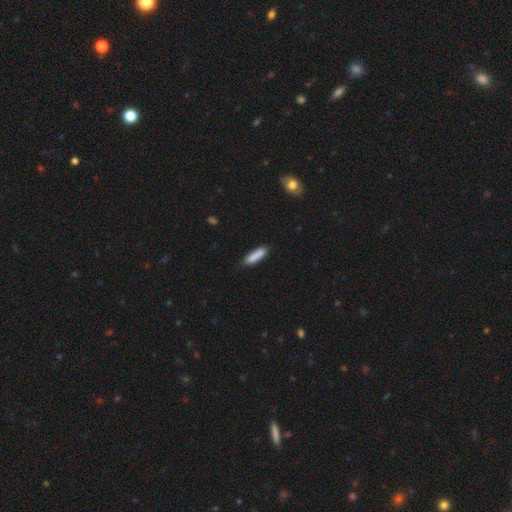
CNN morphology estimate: Overall: smooth (86%). How rounded: cigar-shaped (72%). Merging: none (80%).